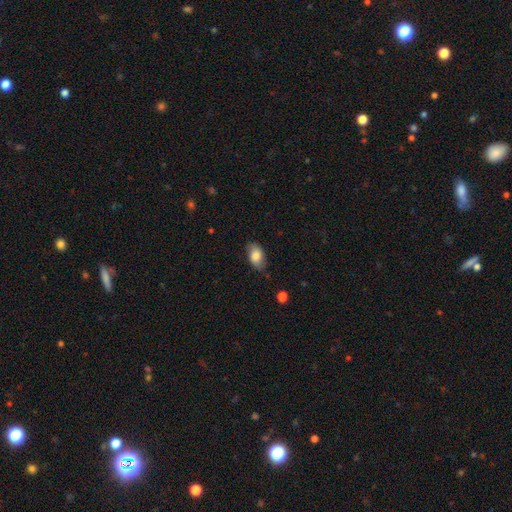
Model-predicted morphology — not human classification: Smooth or featured? smooth (79%)
How rounded? in between (91%)
Merging? none (76%)